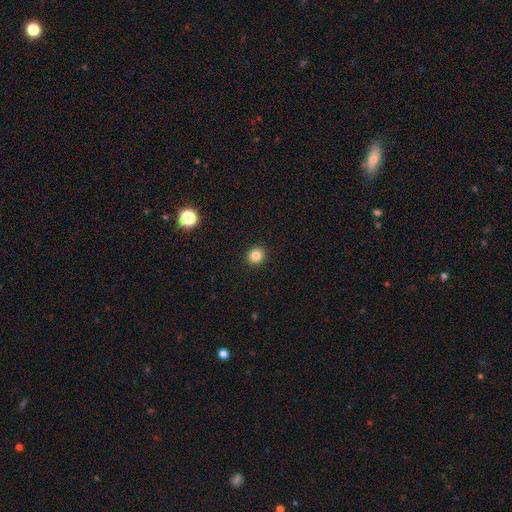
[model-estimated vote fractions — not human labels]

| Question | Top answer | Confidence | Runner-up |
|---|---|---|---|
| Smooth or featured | smooth | 84% | star or artifact (12%) |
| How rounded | round | 84% | in between (16%) |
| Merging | none | 92% | minor disturbance (5%) |